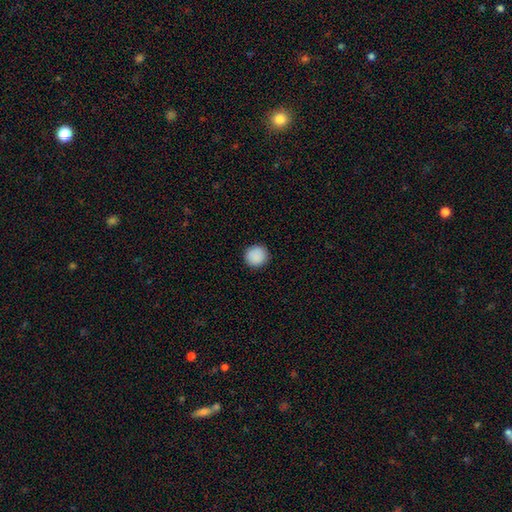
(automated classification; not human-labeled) Q: Smooth or featured?
A: smooth (90%); runner-up: star or artifact (8%)
Q: How rounded?
A: round (93%); runner-up: in between (6%)
Q: Merging?
A: none (92%); runner-up: minor disturbance (6%)